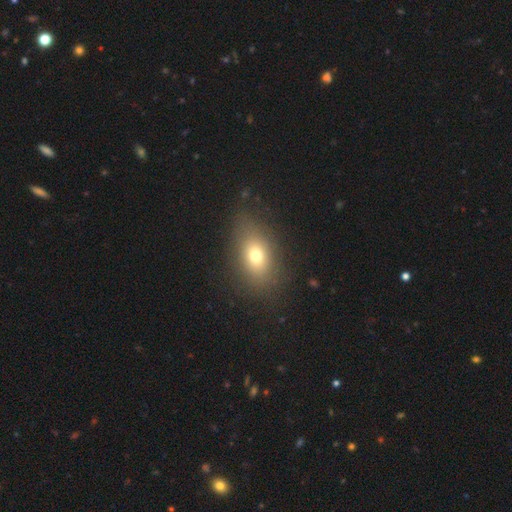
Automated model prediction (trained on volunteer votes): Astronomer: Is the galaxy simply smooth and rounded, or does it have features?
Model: smooth — 71%.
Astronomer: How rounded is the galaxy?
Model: in between — 76%.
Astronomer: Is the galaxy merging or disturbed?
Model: none — 80%.